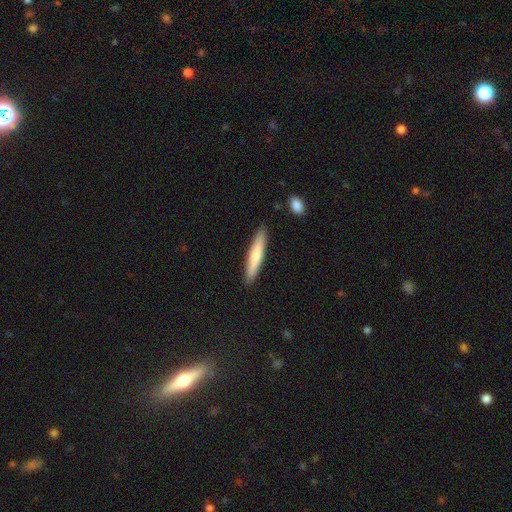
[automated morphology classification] Smooth or featured? Predicted: smooth (p=0.69). How rounded? Predicted: cigar-shaped (p=0.91). Merging? Predicted: none (p=0.89).